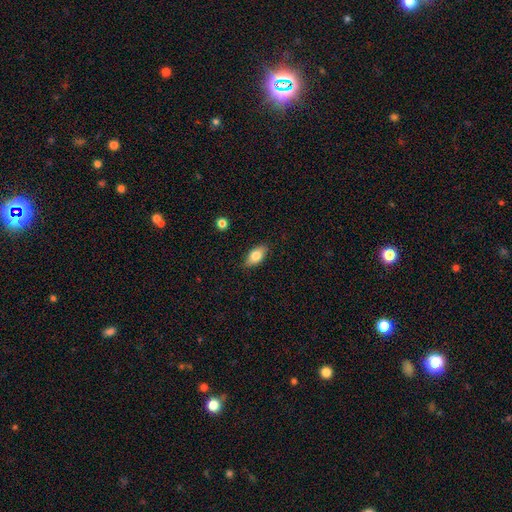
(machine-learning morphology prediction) A smooth galaxy with no disk features (77%) that is in between round and cigar-shaped (88%).

Vote fractions:
- Smooth or featured? smooth: 77% / featured or disk: 16% / star or artifact: 7%
- How rounded? in between: 88% / cigar-shaped: 7% / round: 5%
- Merging? none: 84% / minor disturbance: 12% / major disturbance: 2% / merger: 1%